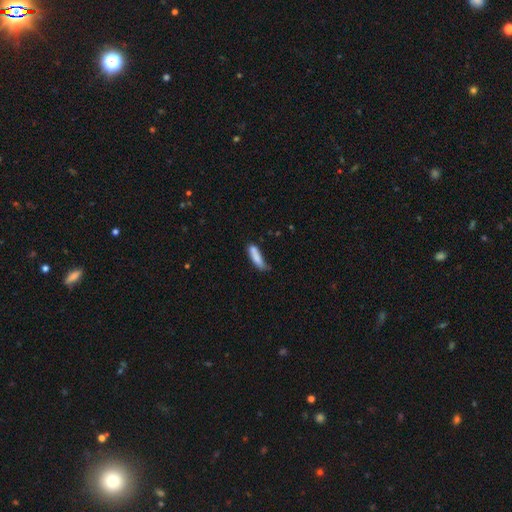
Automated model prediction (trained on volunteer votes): Q: Smooth or featured?
A: smooth (79%); runner-up: featured or disk (14%)
Q: How rounded?
A: cigar-shaped (70%); runner-up: in between (28%)
Q: Merging?
A: none (45%); runner-up: minor disturbance (31%)